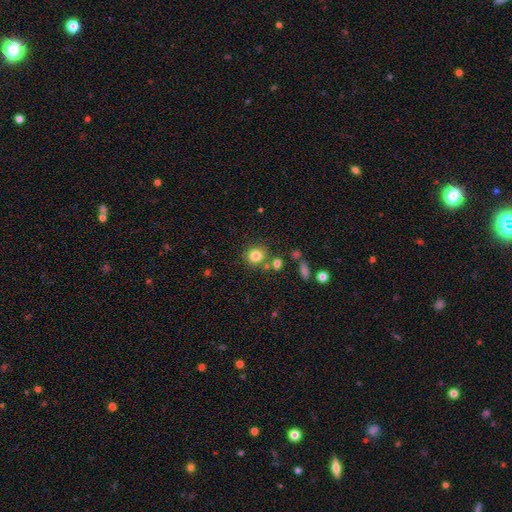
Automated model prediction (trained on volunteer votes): Overall: smooth (82%). How rounded: round (86%). Merging: none (77%).